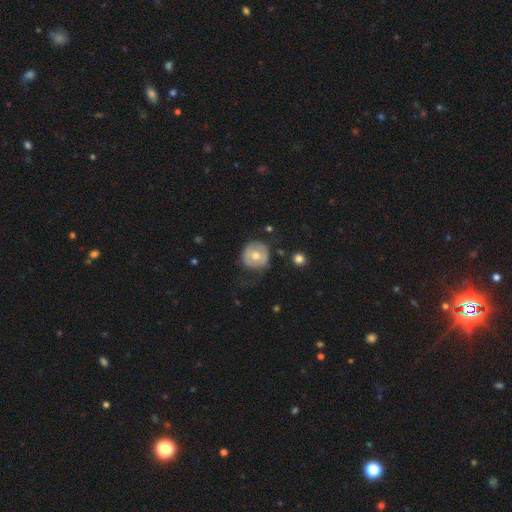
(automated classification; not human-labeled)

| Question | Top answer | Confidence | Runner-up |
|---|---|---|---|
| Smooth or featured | smooth | 54% | featured or disk (39%) |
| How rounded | round | 91% | in between (8%) |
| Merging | none | 69% | minor disturbance (20%) |